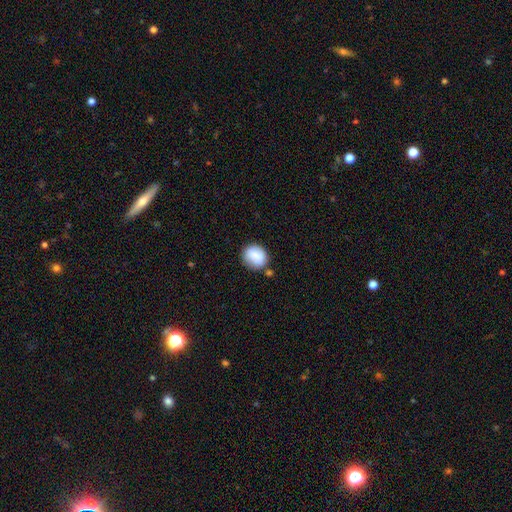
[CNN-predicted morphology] Smooth or featured? Predicted: smooth (p=0.83). How rounded? Predicted: round (p=0.68). Merging? Predicted: none (p=0.69).